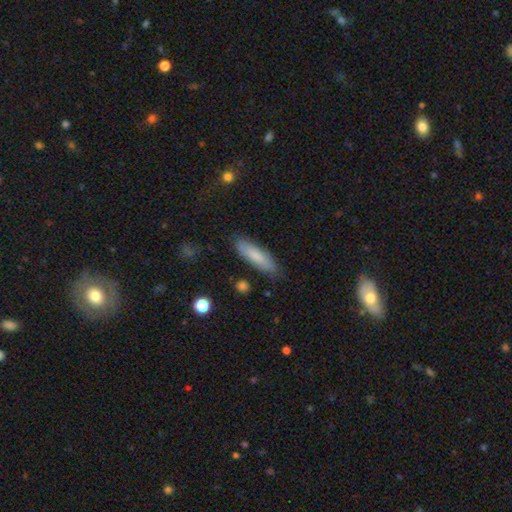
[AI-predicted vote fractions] smooth-or-featured: smooth: 80% | featured or disk: 13% | star or artifact: 6%
  how-rounded: cigar-shaped: 69% | in between: 29% | round: 2%
  merging: none: 86% | minor disturbance: 11% | major disturbance: 2% | merger: 2%